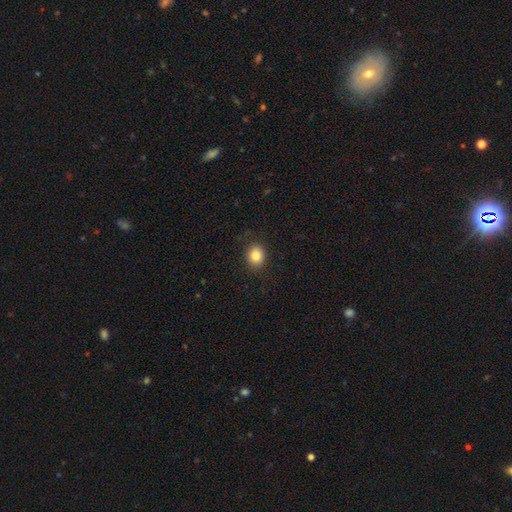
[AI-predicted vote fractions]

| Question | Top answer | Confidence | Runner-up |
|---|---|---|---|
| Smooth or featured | smooth | 84% | star or artifact (10%) |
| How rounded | round | 65% | in between (34%) |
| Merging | none | 89% | minor disturbance (8%) |